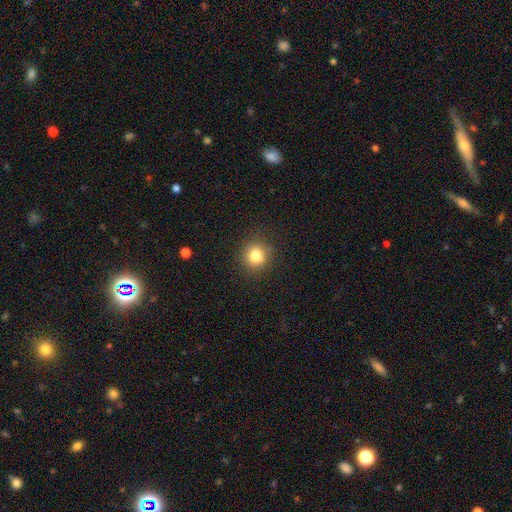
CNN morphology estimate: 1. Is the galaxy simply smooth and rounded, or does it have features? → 81% smooth, 12% star or artifact, 7% featured or disk.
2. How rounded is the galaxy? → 87% round, 12% in between, 1% cigar-shaped.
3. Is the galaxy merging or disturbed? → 88% none, 8% minor disturbance, 3% major disturbance, 1% merger.